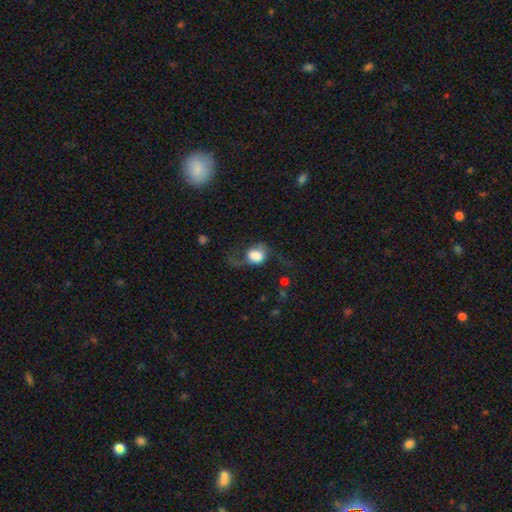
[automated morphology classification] Smooth or featured? smooth (60%)
How rounded? round (50%)
Merging? major disturbance (44%)